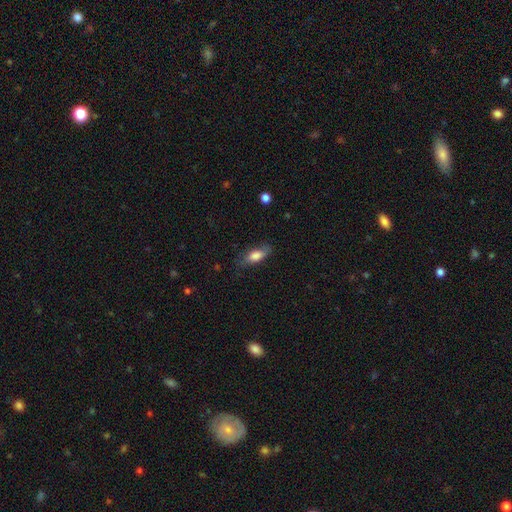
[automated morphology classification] Smooth or featured? smooth (76%)
How rounded? in between (74%)
Merging? none (71%)